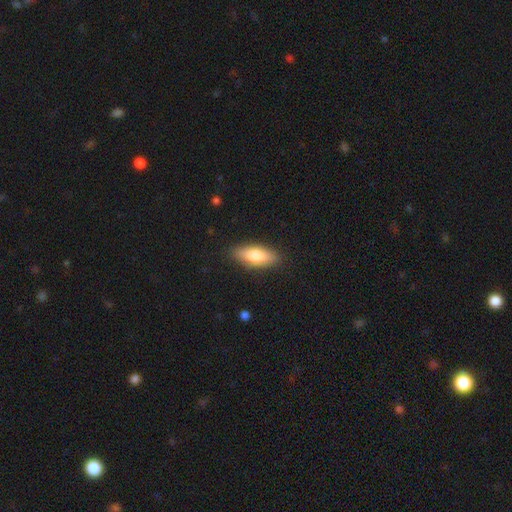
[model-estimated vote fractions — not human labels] A smooth galaxy with no disk features (74%) that is in between round and cigar-shaped (67%).

Vote fractions:
- Smooth or featured? smooth: 74% / featured or disk: 20% / star or artifact: 6%
- How rounded? in between: 67% / cigar-shaped: 30% / round: 3%
- Merging? none: 87% / minor disturbance: 10% / major disturbance: 2% / merger: 1%